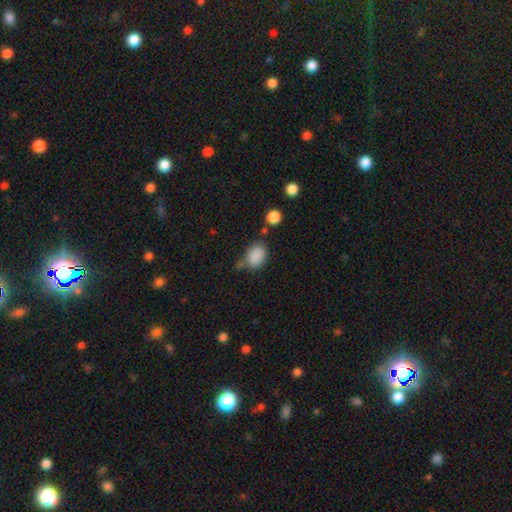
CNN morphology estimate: Smooth or featured? Predicted: smooth (p=0.84). How rounded? Predicted: in between (p=0.73). Merging? Predicted: none (p=0.44).